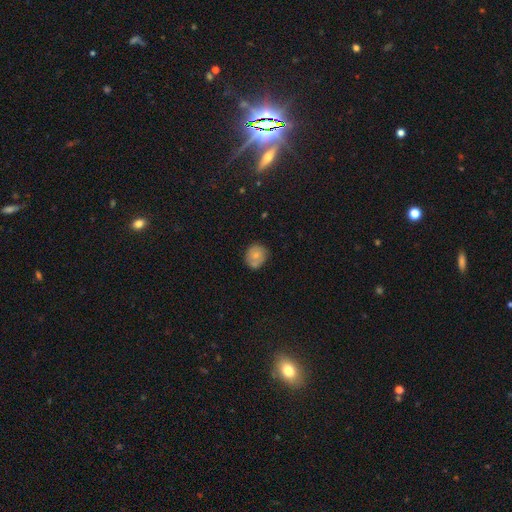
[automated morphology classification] Smooth or featured?
  - smooth: 69% *
  - featured or disk: 22%
  - star or artifact: 9%
How rounded?
  - round: 79% *
  - in between: 20%
  - cigar-shaped: 1%
Merging?
  - none: 71% *
  - minor disturbance: 19%
  - merger: 6%
  - major disturbance: 4%